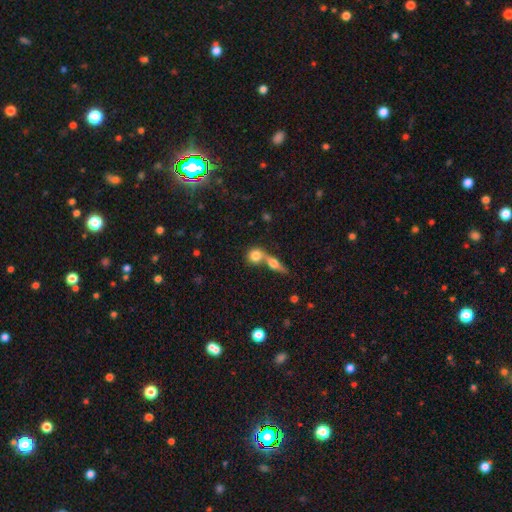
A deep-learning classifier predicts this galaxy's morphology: A smooth galaxy with no disk features (73%) that is round (70%). Merging: merger (51%).